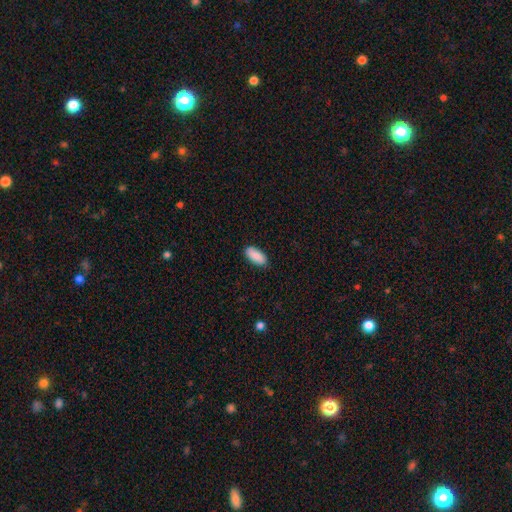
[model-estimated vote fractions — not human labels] A smooth galaxy with no disk features (88%) that is in between round and cigar-shaped (90%).

Vote fractions:
- Smooth or featured? smooth: 88% / featured or disk: 6% / star or artifact: 6%
- How rounded? in between: 90% / cigar-shaped: 8% / round: 2%
- Merging? none: 86% / minor disturbance: 11% / major disturbance: 2% / merger: 1%